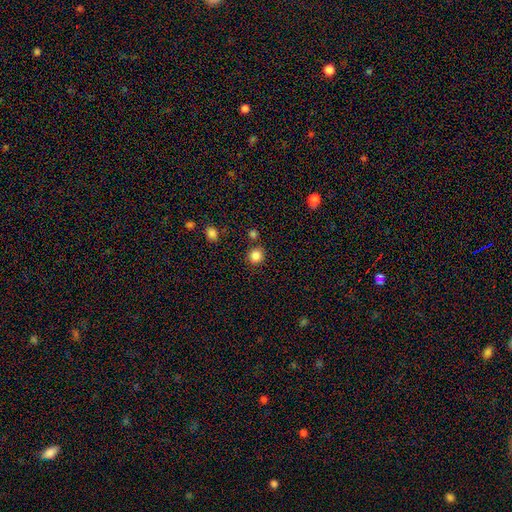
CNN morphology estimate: The model was most divided on "smooth or featured": smooth: 85%, star or artifact: 11%, featured or disk: 4%. More confident: how rounded — round (89%); merging — none (82%).